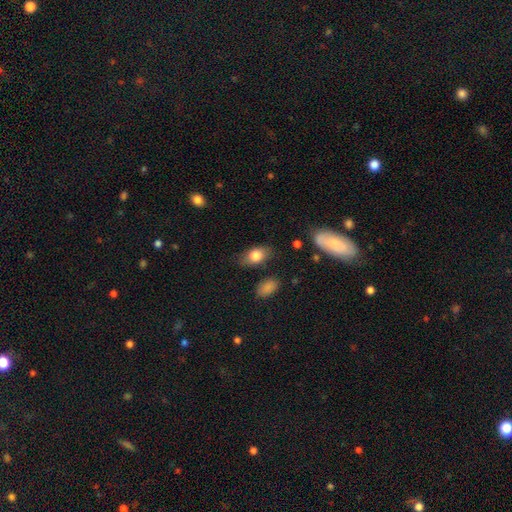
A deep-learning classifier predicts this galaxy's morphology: The model was most divided on "smooth or featured": smooth: 79%, featured or disk: 13%, star or artifact: 7%. More confident: how rounded — in between (87%); merging — none (81%).